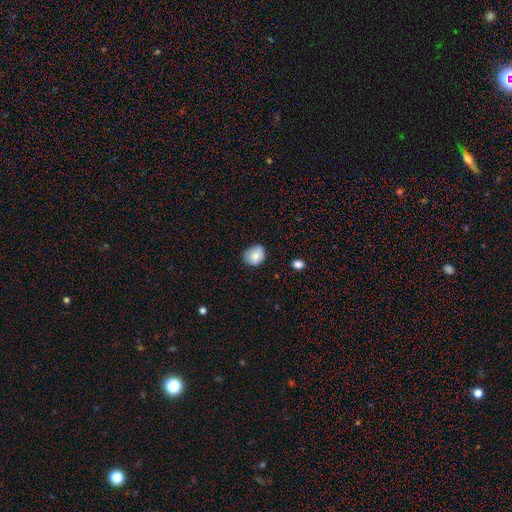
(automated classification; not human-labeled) Smooth or featured? Predicted: smooth (p=0.81). How rounded? Predicted: round (p=0.63). Merging? Predicted: none (p=0.68).